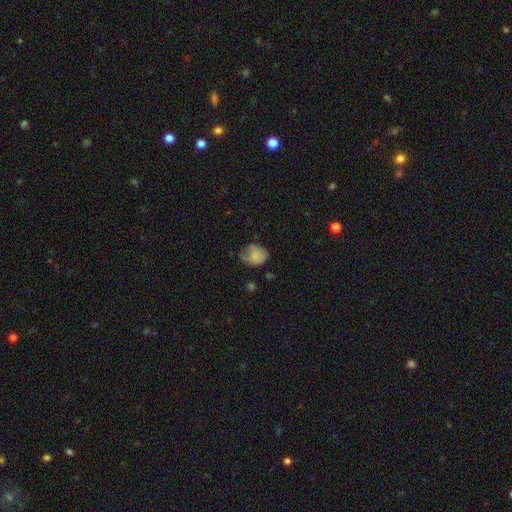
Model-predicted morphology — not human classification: This appears to be a smooth galaxy with no disk features (73%) that is in between round and cigar-shaped (50%). Merging: none (41%).